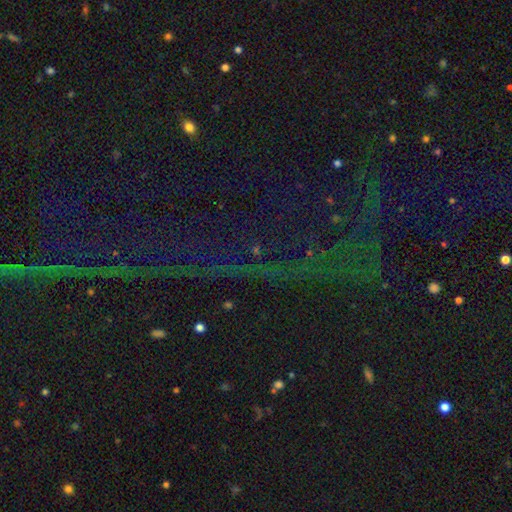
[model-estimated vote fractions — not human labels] Smooth or featured: star or artifact — 83% (smooth — 9%)